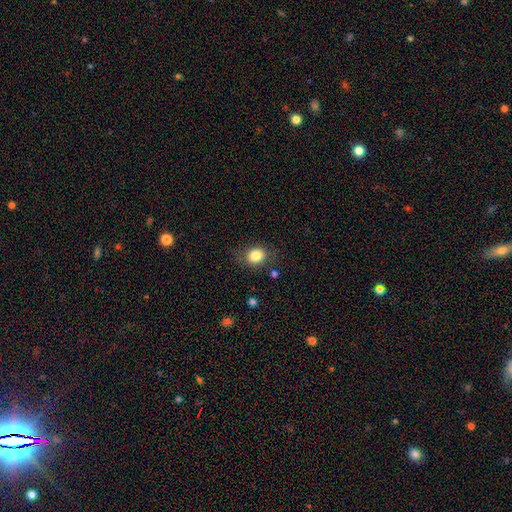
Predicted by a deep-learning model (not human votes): smooth 83%, star or artifact 10%, featured or disk 7%. Down the decision tree: how rounded — round (59%); merging — none (78%).